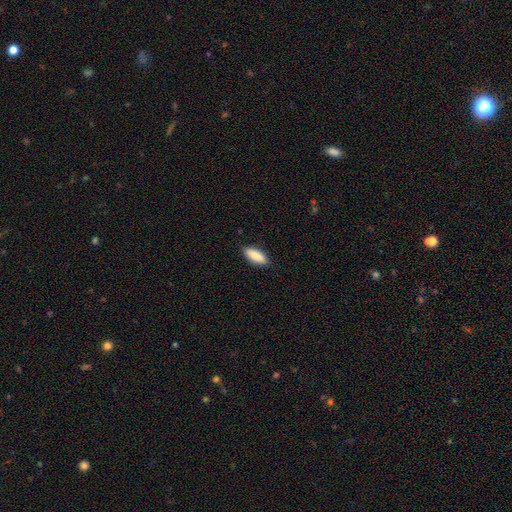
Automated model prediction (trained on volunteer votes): Overall: smooth (88%). How rounded: in between (72%). Merging: none (89%).